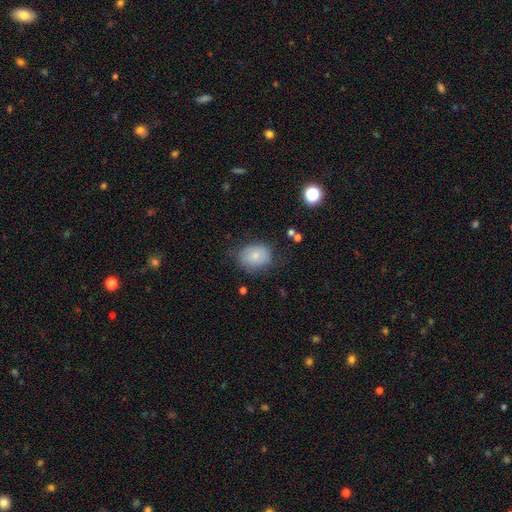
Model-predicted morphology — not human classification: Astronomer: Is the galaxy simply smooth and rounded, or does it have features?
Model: smooth — 76%.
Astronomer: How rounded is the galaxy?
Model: in between — 57% (runner-up: round, 42%).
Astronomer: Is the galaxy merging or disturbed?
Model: none — 72%.